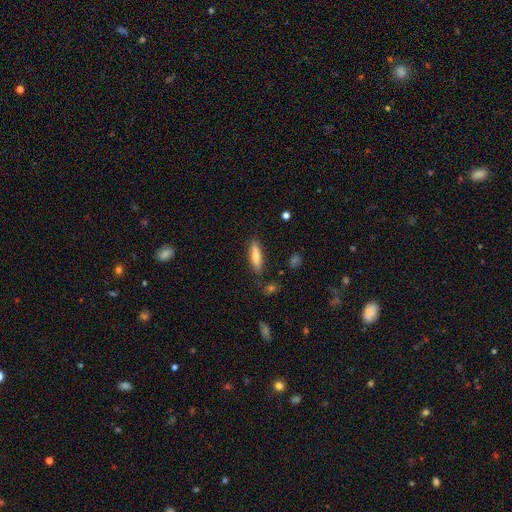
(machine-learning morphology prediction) This appears to be a smooth galaxy with no disk features (71%) that is cigar-shaped (71%). Merging: none (86%).